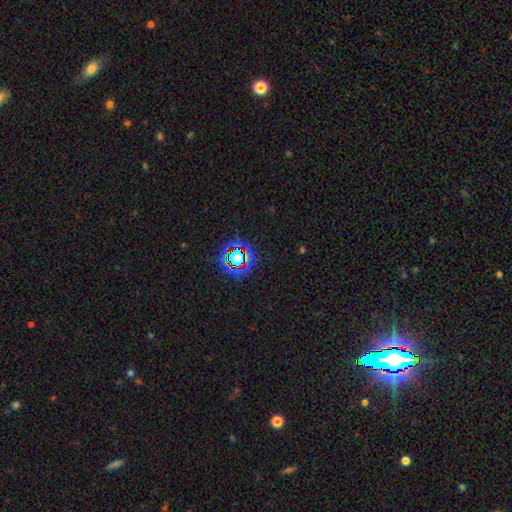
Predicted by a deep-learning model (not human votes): smooth-or-featured: star or artifact: 77% | smooth: 14% | featured or disk: 9%